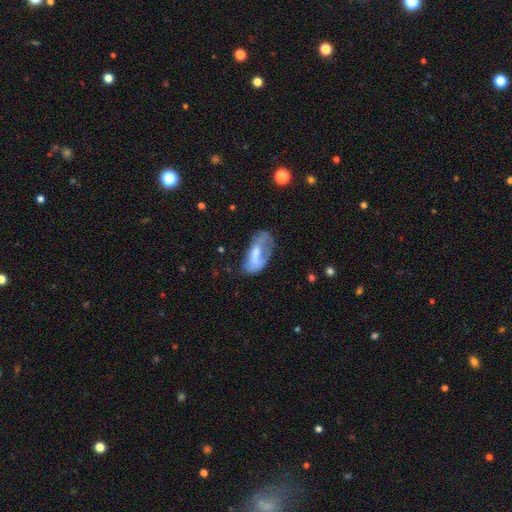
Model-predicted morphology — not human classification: This appears to be a smooth galaxy with no disk features (55%) that is in between round and cigar-shaped (87%). Merging: none (37%).